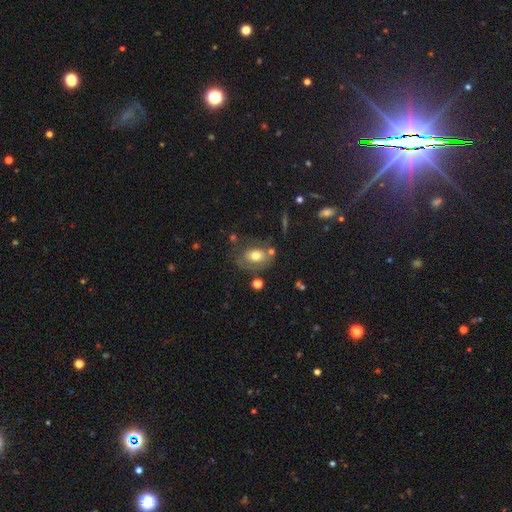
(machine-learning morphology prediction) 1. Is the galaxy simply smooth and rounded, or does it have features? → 66% smooth, 24% featured or disk, 11% star or artifact.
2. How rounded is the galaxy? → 67% in between, 32% round, 1% cigar-shaped.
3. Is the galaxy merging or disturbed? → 62% none, 20% minor disturbance, 10% major disturbance, 8% merger.